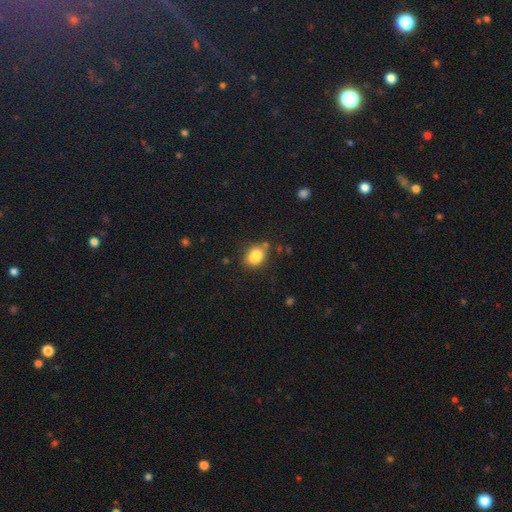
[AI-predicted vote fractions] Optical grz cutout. It shows a smooth galaxy with no disk features (81%) that is in between round and cigar-shaped (64%). Merging: none (63%).